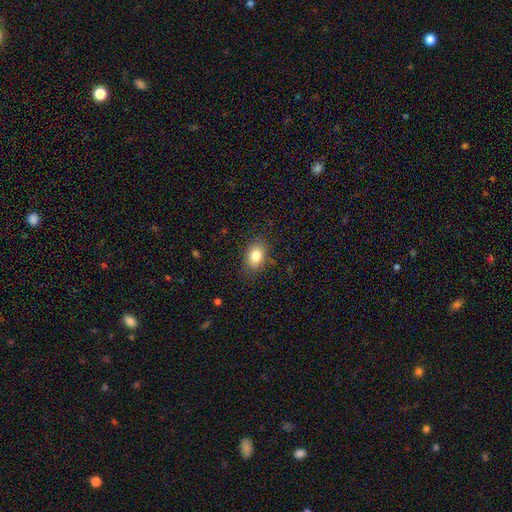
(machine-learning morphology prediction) Smooth or featured? smooth (82%)
How rounded? in between (76%)
Merging? none (83%)